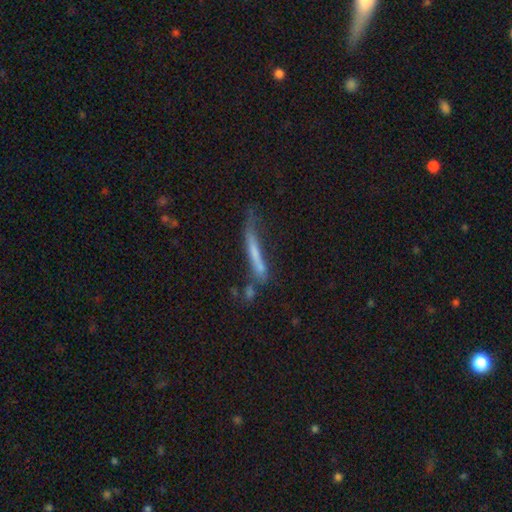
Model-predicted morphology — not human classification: Q: Smooth or featured?
A: smooth (50%); runner-up: featured or disk (40%)
Q: How rounded?
A: cigar-shaped (93%); runner-up: in between (5%)
Q: Merging?
A: none (40%); runner-up: minor disturbance (25%)